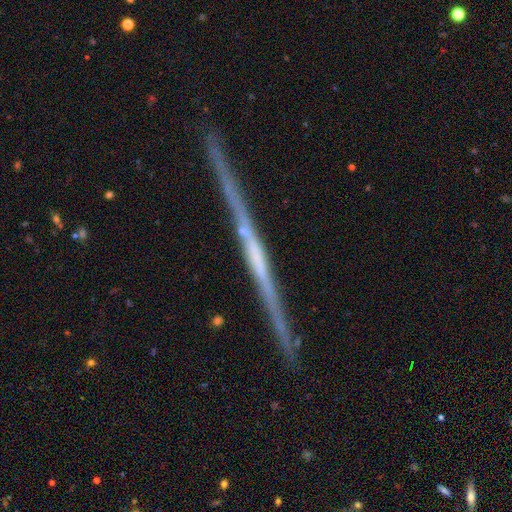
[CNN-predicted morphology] This appears to be a featured or disk galaxy (78%) viewed edge-on (98%) with no central bulge (71%). Merging: none (89%).